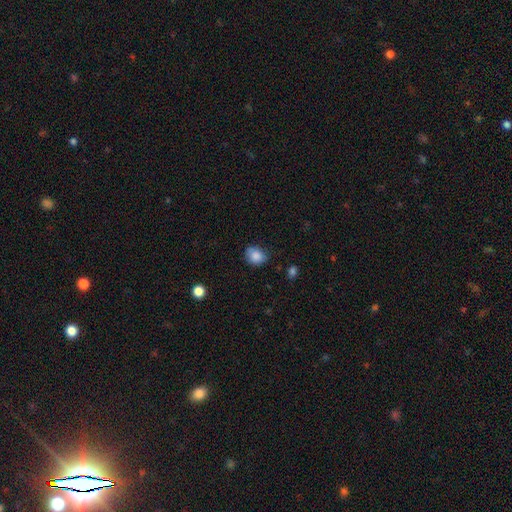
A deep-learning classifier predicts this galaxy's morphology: The model was most divided on "how rounded": round: 53%, in between: 46%, cigar-shaped: 1%. More confident: smooth or featured — smooth (85%); merging — none (67%).